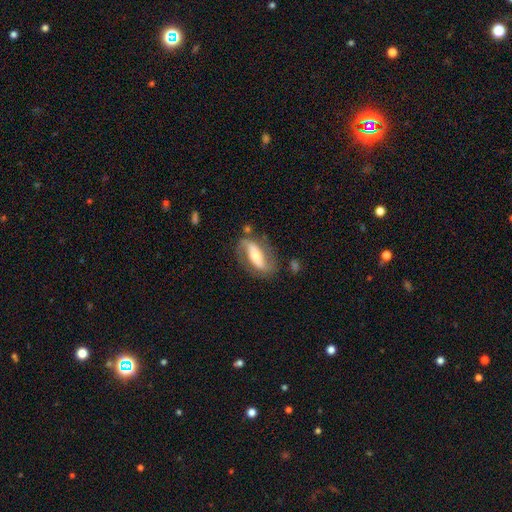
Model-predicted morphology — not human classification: Overall: featured or disk (72%). Edge-on disk: no (87%). Bar: strong (54%; no 23%). Spiral arms: yes (83%). Spiral arm count: 2 (85%). Spiral winding: loose (45%; medium 36%). Bulge size: moderate (53%; small 34%). Merging: none (71%).